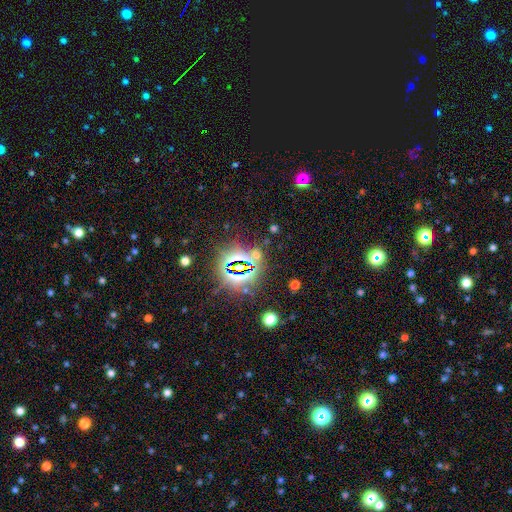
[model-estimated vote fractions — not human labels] smooth-or-featured: star or artifact: 70% | smooth: 22% | featured or disk: 8%